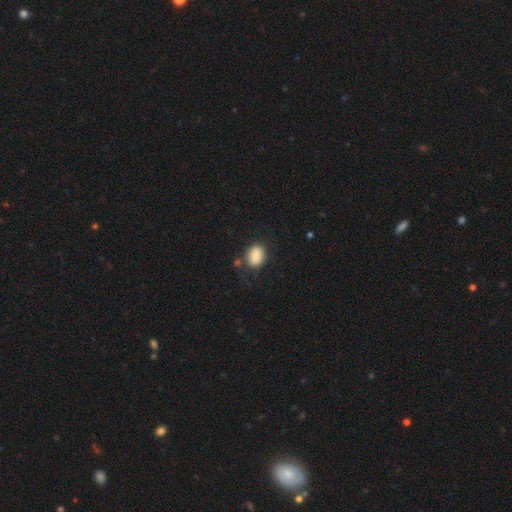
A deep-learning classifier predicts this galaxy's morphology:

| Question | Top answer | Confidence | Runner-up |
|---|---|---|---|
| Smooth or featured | smooth | 84% | featured or disk (8%) |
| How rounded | in between | 72% | round (26%) |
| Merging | none | 63% | minor disturbance (21%) |